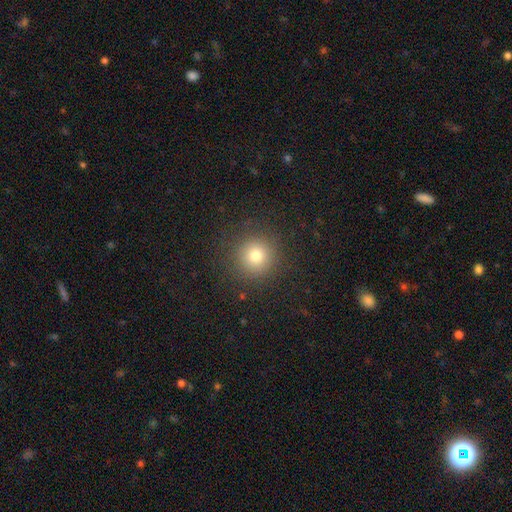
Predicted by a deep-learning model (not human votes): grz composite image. It shows a smooth galaxy with no disk features (76%) that is round (94%). Merging: none (90%).